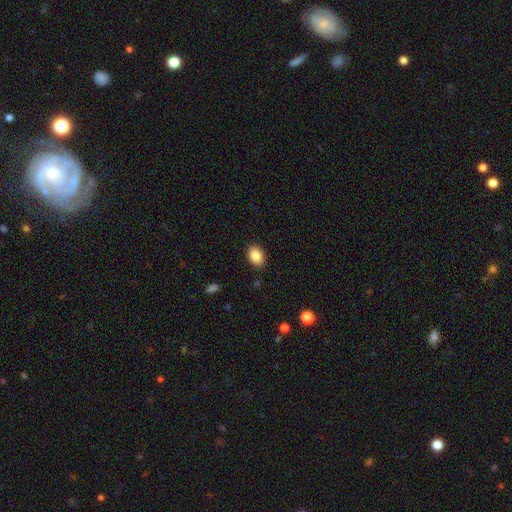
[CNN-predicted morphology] A smooth galaxy with no disk features (87%) that is in between round and cigar-shaped (83%).

Vote fractions:
- Smooth or featured? smooth: 87% / star or artifact: 8% / featured or disk: 5%
- How rounded? in between: 83% / round: 16% / cigar-shaped: 1%
- Merging? none: 88% / minor disturbance: 9% / major disturbance: 2% / merger: 1%